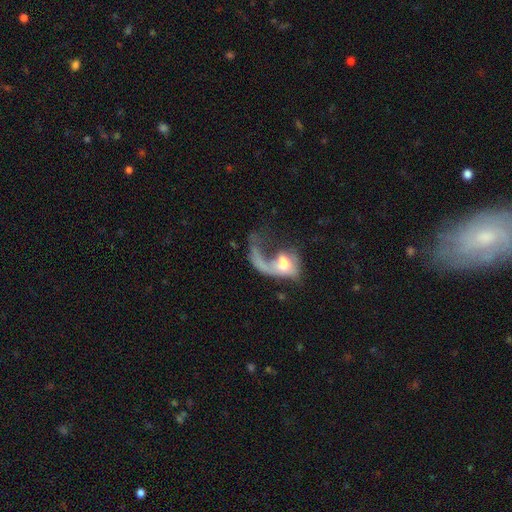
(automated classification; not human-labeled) Q: Smooth or featured?
A: featured or disk (62%); runner-up: smooth (30%)
Q: Edge-on disk?
A: no (94%); runner-up: yes (6%)
Q: Bar?
A: no (72%); runner-up: weak (21%)
Q: Spiral arms?
A: yes (69%); runner-up: no (31%)
Q: Bulge size?
A: moderate (57%); runner-up: small (19%)
Q: Merging?
A: major disturbance (60%); runner-up: none (16%)